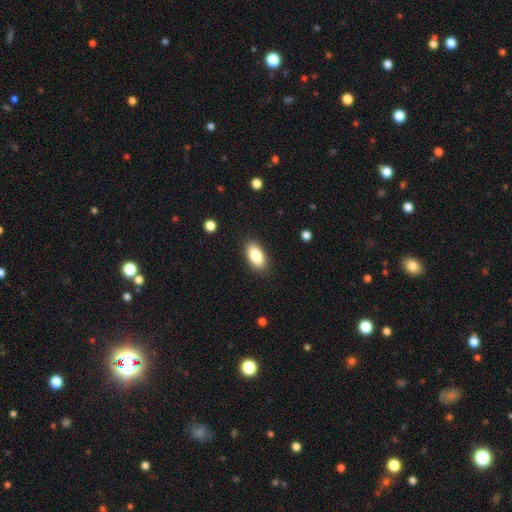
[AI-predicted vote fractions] Q: Smooth or featured?
A: smooth (86%); runner-up: star or artifact (7%)
Q: How rounded?
A: in between (93%); runner-up: cigar-shaped (4%)
Q: Merging?
A: none (86%); runner-up: minor disturbance (10%)